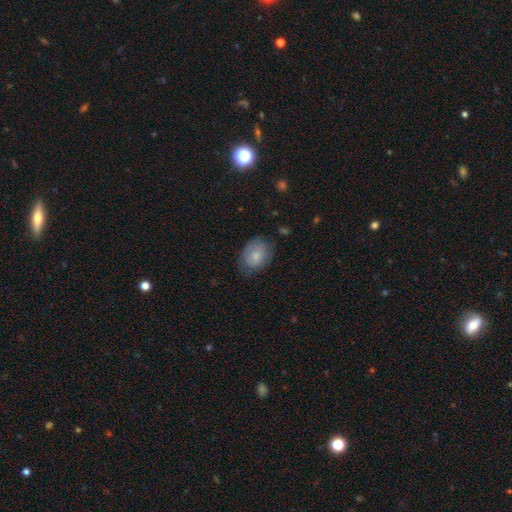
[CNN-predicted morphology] A smooth galaxy with no disk features (76%) that is in between round and cigar-shaped (65%). Merging: none (64%).